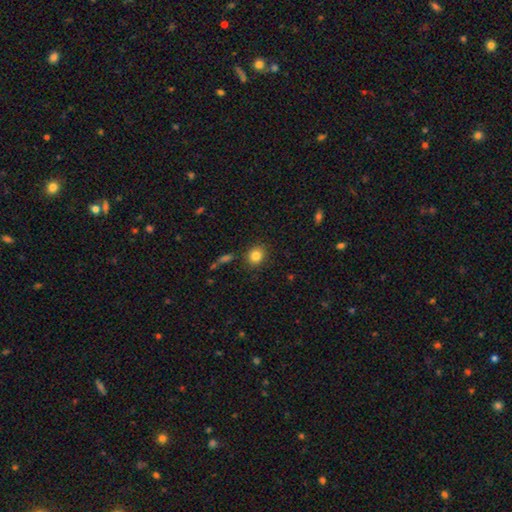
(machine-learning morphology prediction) Smooth or featured?
  - smooth: 83% *
  - star or artifact: 11%
  - featured or disk: 6%
How rounded?
  - round: 80% *
  - in between: 19%
  - cigar-shaped: 1%
Merging?
  - none: 87% *
  - minor disturbance: 8%
  - merger: 3%
  - major disturbance: 3%